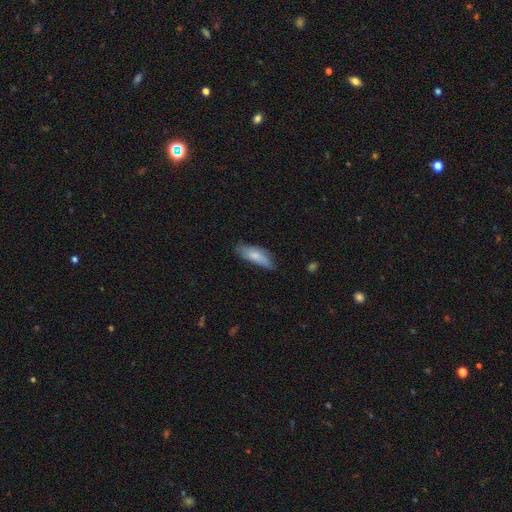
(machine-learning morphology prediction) Smooth or featured?
  - smooth: 77% *
  - featured or disk: 17%
  - star or artifact: 6%
How rounded?
  - in between: 60% *
  - cigar-shaped: 38%
  - round: 2%
Merging?
  - none: 68% *
  - minor disturbance: 26%
  - major disturbance: 5%
  - merger: 2%